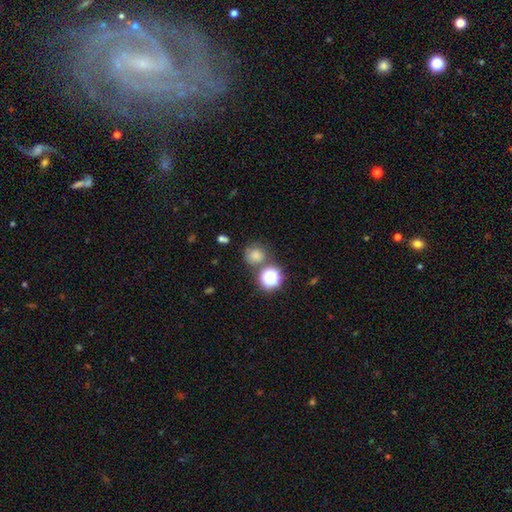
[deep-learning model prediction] smooth 72%, star or artifact 20%, featured or disk 8%. Down the decision tree: how rounded — round (88%); merging — none (68%).